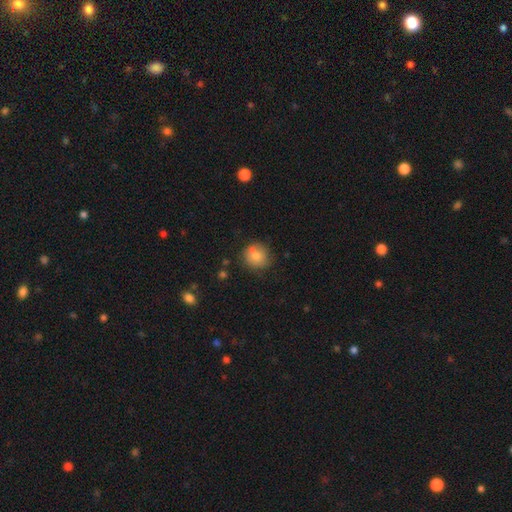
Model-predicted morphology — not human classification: This appears to be a smooth galaxy with no disk features (79%) that is round (86%). Merging: none (69%).